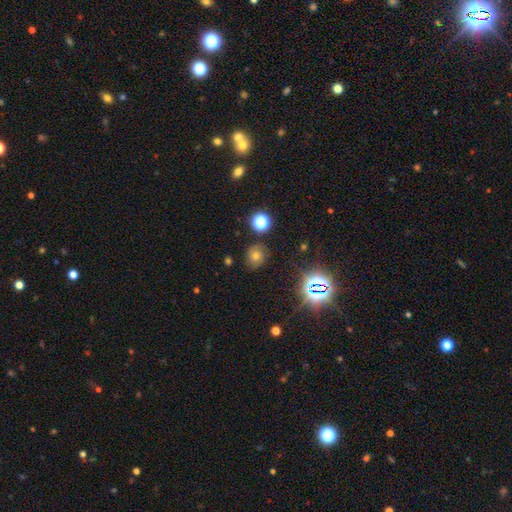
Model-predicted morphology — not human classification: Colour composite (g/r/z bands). It shows a smooth galaxy with no disk features (52%) that is round (81%). Merging: none (80%).